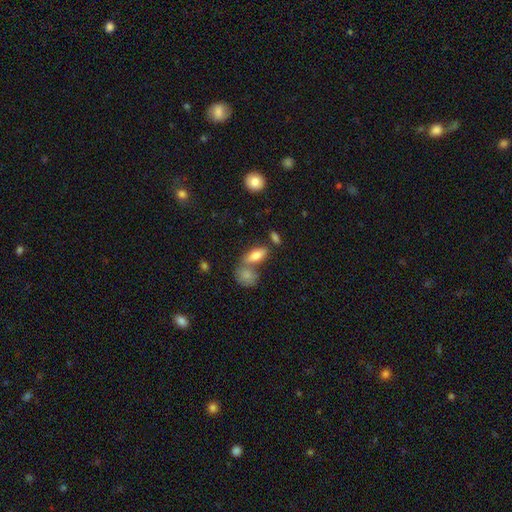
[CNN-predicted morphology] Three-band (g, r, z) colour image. It shows a smooth galaxy with no disk features (77%) that is in between round and cigar-shaped (80%). Merging: none (50%).